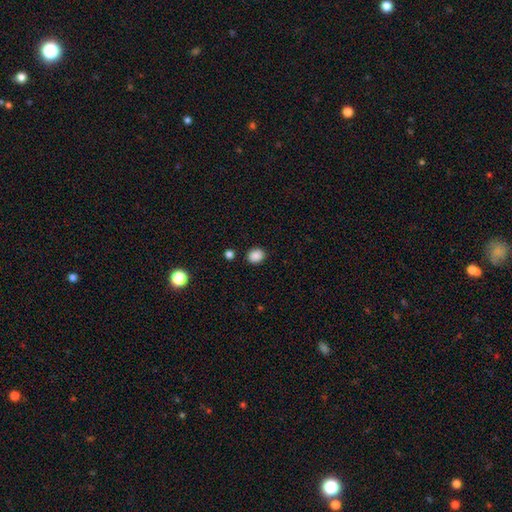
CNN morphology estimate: smooth-or-featured: smooth: 87% | star or artifact: 10% | featured or disk: 3%
  how-rounded: round: 66% | in between: 33% | cigar-shaped: 1%
  merging: none: 88% | minor disturbance: 8% | merger: 2% | major disturbance: 2%